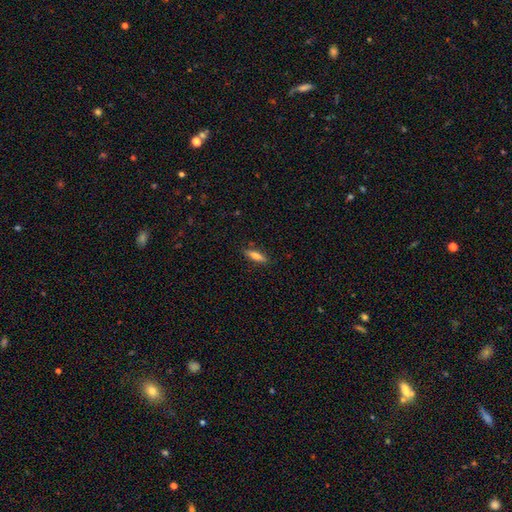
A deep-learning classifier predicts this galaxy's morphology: This is likely a smooth galaxy (71%). How rounded: possibly cigar-shaped (57%). Merging: clearly none (85%).